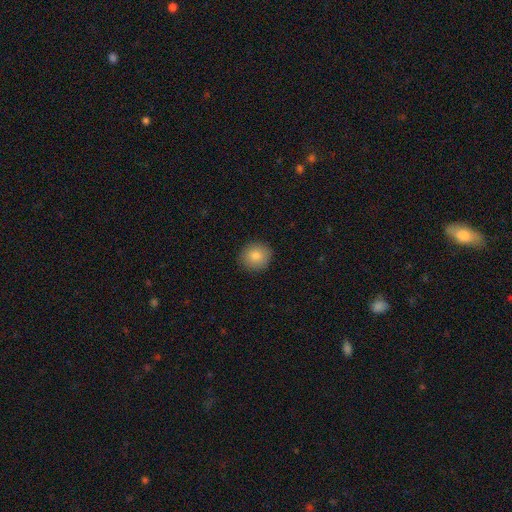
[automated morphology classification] smooth-or-featured: smooth: 82% | featured or disk: 9% | star or artifact: 9%
  how-rounded: round: 89% | in between: 10% | cigar-shaped: 1%
  merging: none: 90% | minor disturbance: 7% | major disturbance: 2% | merger: 1%